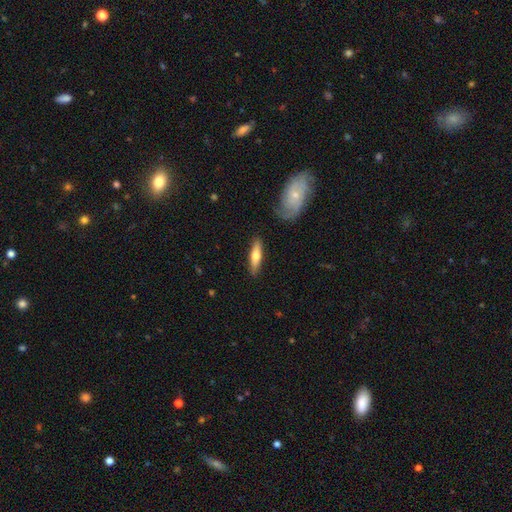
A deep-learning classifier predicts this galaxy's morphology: A smooth galaxy with no disk features (54%) that is cigar-shaped (71%).

Vote fractions:
- Smooth or featured? smooth: 54% / featured or disk: 41% / star or artifact: 6%
- How rounded? cigar-shaped: 71% / in between: 27% / round: 2%
- Merging? none: 85% / minor disturbance: 10% / major disturbance: 2% / merger: 2%